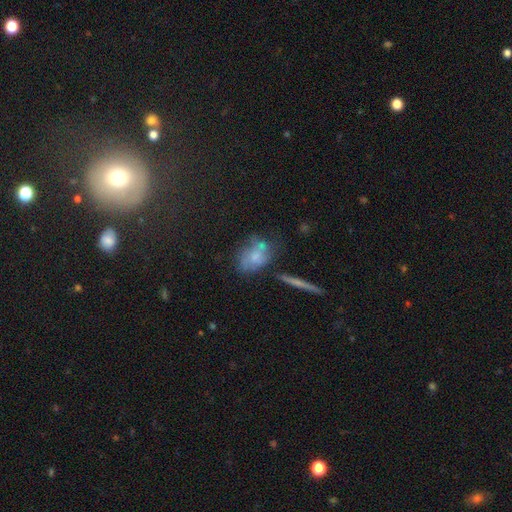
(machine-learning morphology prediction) Q: Smooth or featured?
A: smooth (57%); runner-up: featured or disk (30%)
Q: How rounded?
A: in between (74%); runner-up: round (23%)
Q: Merging?
A: none (48%); runner-up: minor disturbance (23%)